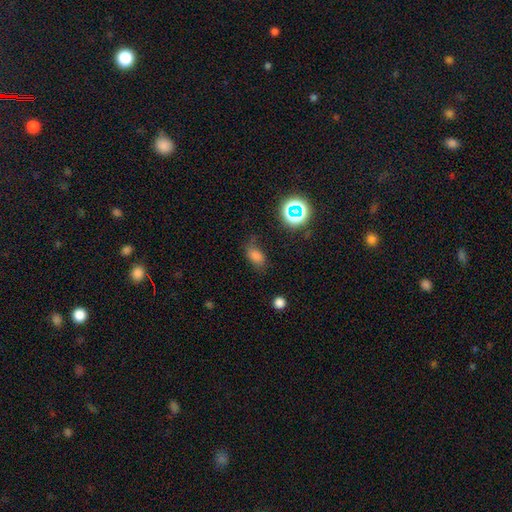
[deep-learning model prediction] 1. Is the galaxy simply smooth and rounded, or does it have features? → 73% smooth, 17% star or artifact, 10% featured or disk.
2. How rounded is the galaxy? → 83% in between, 14% round, 3% cigar-shaped.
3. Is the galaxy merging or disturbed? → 61% none, 25% minor disturbance, 11% major disturbance, 2% merger.